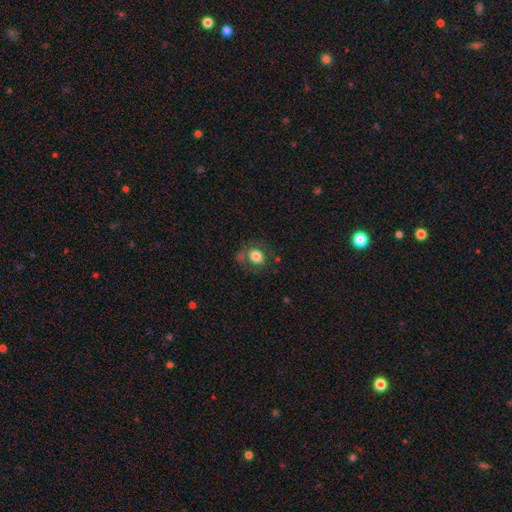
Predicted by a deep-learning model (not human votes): This appears to be a smooth galaxy with no disk features (76%) that is round (64%). Merging: none (66%).